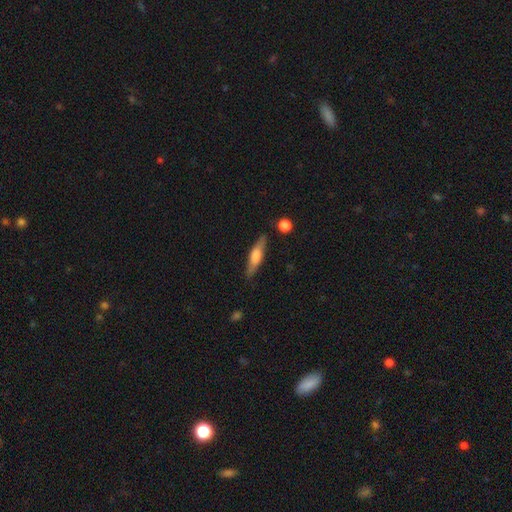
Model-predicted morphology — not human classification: smooth 51%, featured or disk 42%, star or artifact 6%. Down the decision tree: how rounded — cigar-shaped (73%); merging — none (82%).